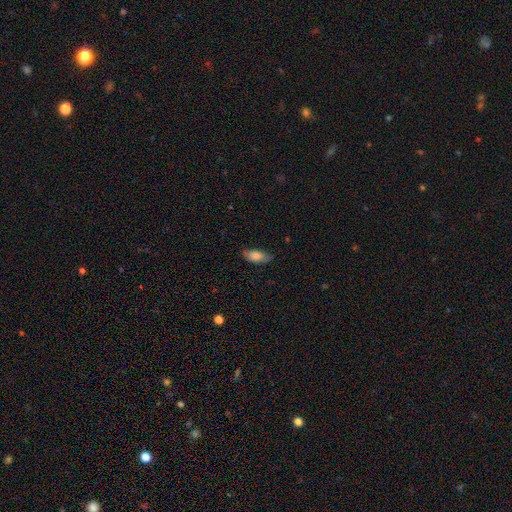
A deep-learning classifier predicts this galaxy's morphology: smooth-or-featured: smooth: 76% | featured or disk: 17% | star or artifact: 7%
  how-rounded: in between: 86% | cigar-shaped: 11% | round: 3%
  merging: none: 73% | minor disturbance: 22% | major disturbance: 4% | merger: 1%